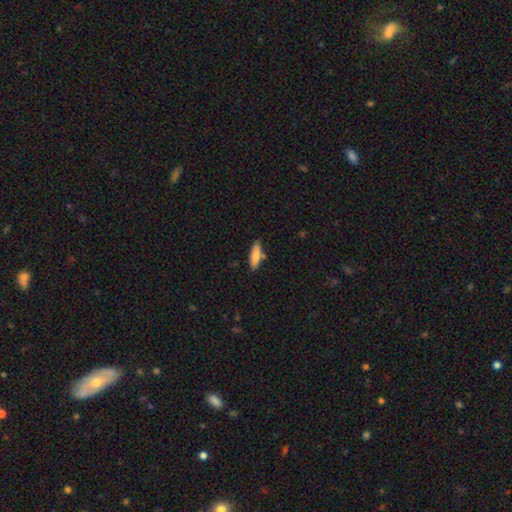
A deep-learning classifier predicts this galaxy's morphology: Smooth or featured?
  - smooth: 77% *
  - featured or disk: 17%
  - star or artifact: 6%
How rounded?
  - cigar-shaped: 55% *
  - in between: 43%
  - round: 2%
Merging?
  - none: 78% *
  - minor disturbance: 14%
  - merger: 6%
  - major disturbance: 2%